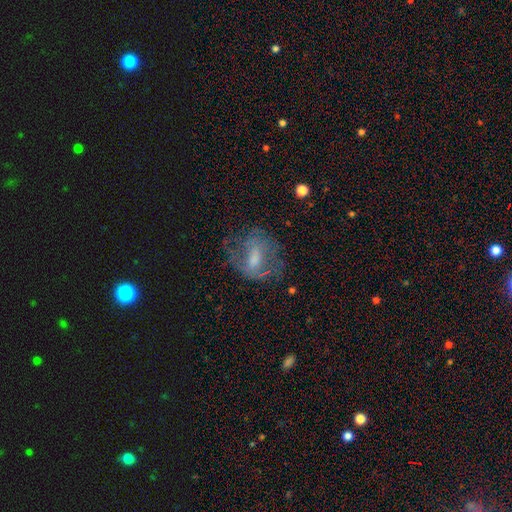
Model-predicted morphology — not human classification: Smooth or featured? featured or disk (56%)
Edge-on disk? no (95%)
Bar? weak (43%)
Spiral arms? yes (56%)
Bulge size? moderate (43%)
Merging? none (54%)